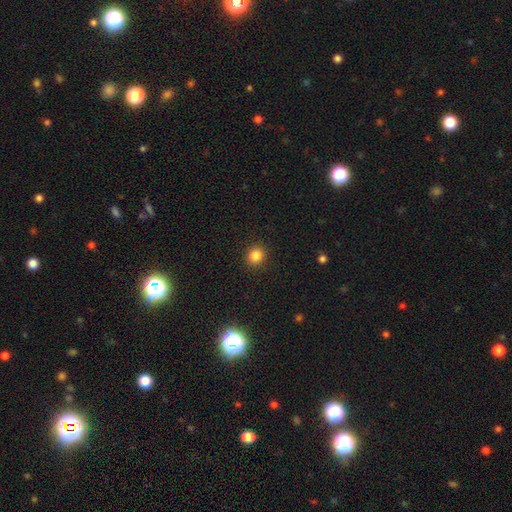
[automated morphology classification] A smooth galaxy with no disk features (83%) that is round (84%). Merging: none (91%).